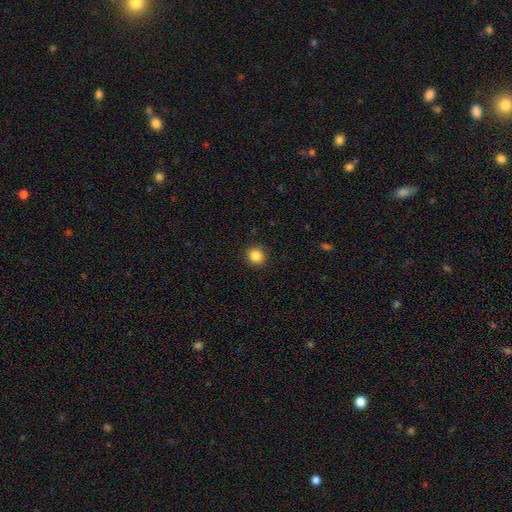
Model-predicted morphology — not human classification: type=smooth (85%); roundness=round (92%); merging=none (92%).